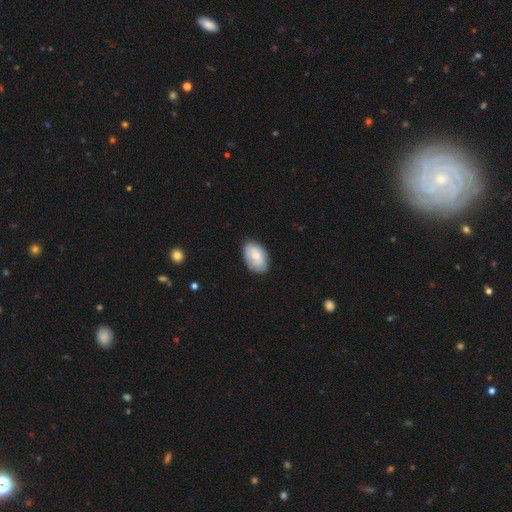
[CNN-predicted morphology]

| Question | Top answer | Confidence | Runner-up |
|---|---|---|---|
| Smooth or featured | smooth | 61% | featured or disk (32%) |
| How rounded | in between | 91% | round (8%) |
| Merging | none | 76% | minor disturbance (19%) |